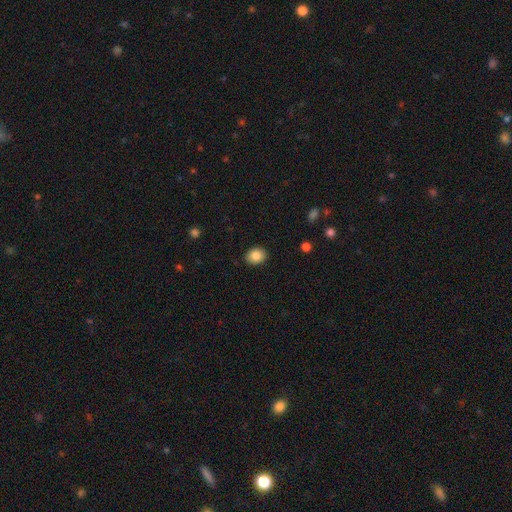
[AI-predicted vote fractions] This is clearly a smooth galaxy (85%). How rounded: possibly in between (56%). Merging: clearly none (89%).